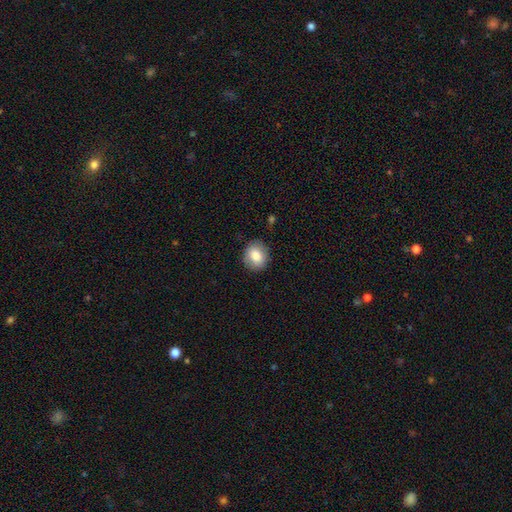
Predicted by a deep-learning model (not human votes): Smooth or featured? Predicted: smooth (p=0.80). How rounded? Predicted: round (p=0.73). Merging? Predicted: none (p=0.85).